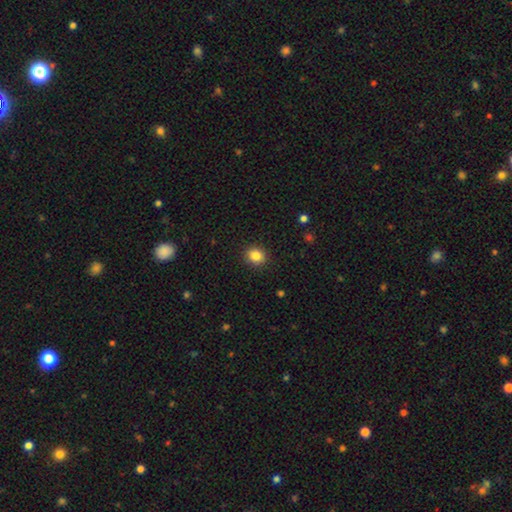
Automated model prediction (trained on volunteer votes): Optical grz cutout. It shows a smooth galaxy with no disk features (85%) that is round (78%). Merging: none (91%).